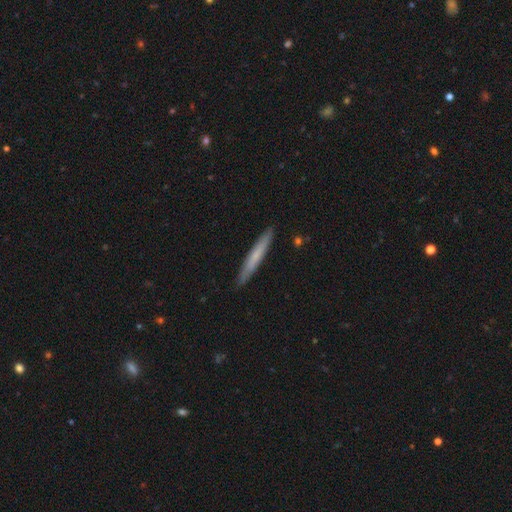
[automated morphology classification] type=smooth (61%); roundness=cigar-shaped (96%); merging=none (91%).